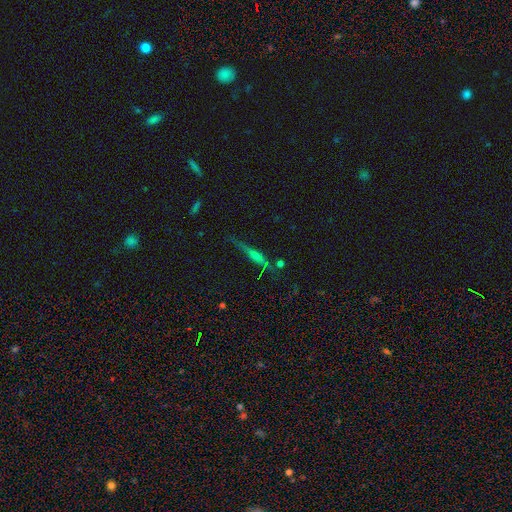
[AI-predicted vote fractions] Smooth or featured? featured or disk (46%)
Merging? none (60%)